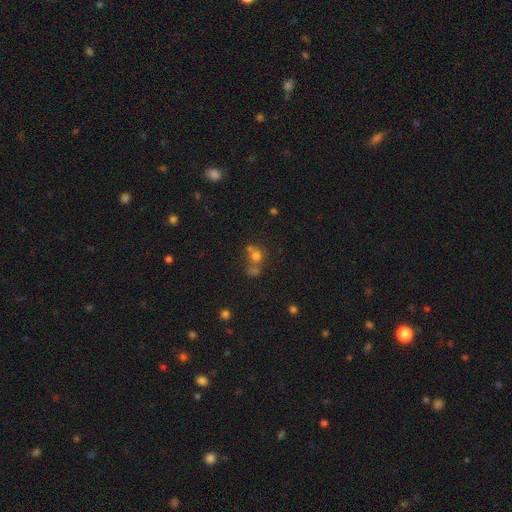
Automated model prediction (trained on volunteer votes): A smooth galaxy with no disk features (65%) that is round (79%).

Vote fractions:
- Smooth or featured? smooth: 65% / star or artifact: 19% / featured or disk: 16%
- How rounded? round: 79% / in between: 20% / cigar-shaped: 1%
- Merging? merger: 44% / none: 40% / minor disturbance: 9% / major disturbance: 6%